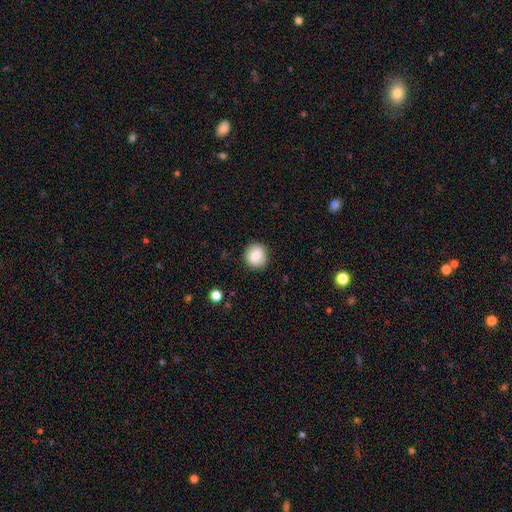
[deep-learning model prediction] A smooth galaxy with no disk features (84%) that is round (86%). Merging: none (88%).